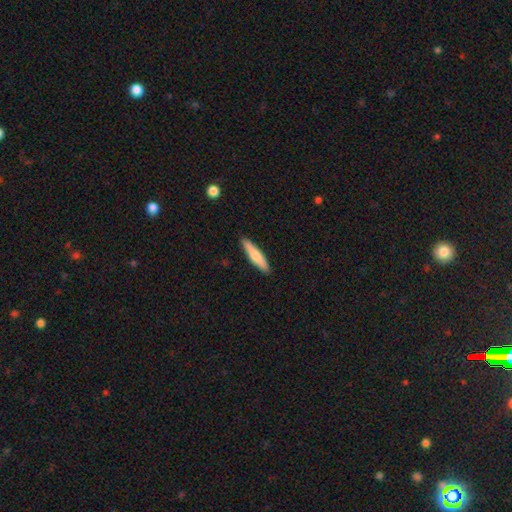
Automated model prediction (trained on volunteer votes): smooth_or_featured: smooth (p=0.71) [alt: featured or disk p=0.24]
how_rounded: cigar-shaped (p=0.84) [alt: in between p=0.15]
merging: none (p=0.90) [alt: minor disturbance p=0.08]